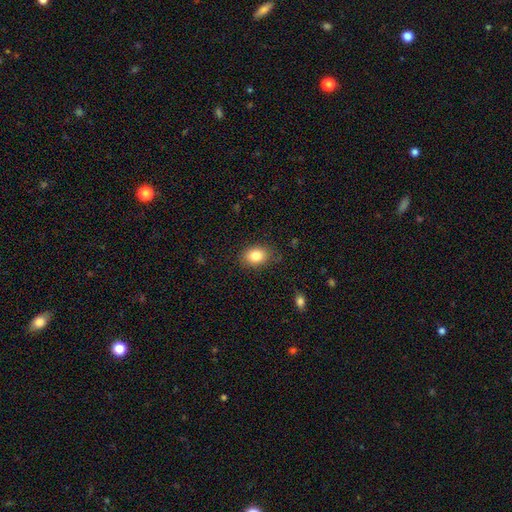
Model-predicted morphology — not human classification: Smooth or featured? Predicted: smooth (p=0.83). How rounded? Predicted: in between (p=0.72). Merging? Predicted: none (p=0.83).